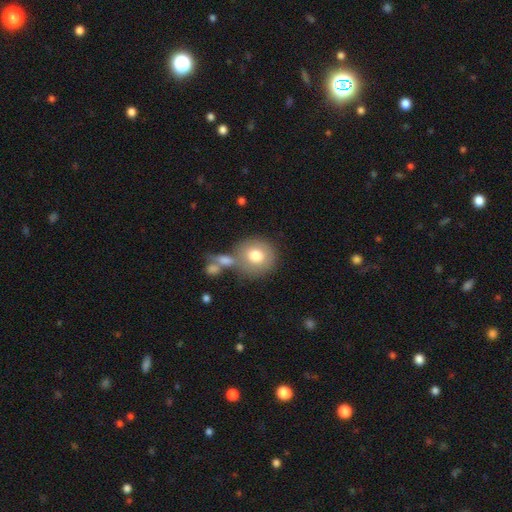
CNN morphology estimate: A smooth galaxy with no disk features (74%) that is round (88%).

Vote fractions:
- Smooth or featured? smooth: 74% / featured or disk: 18% / star or artifact: 8%
- How rounded? round: 88% / in between: 11% / cigar-shaped: 1%
- Merging? none: 59% / merger: 22% / minor disturbance: 13% / major disturbance: 6%